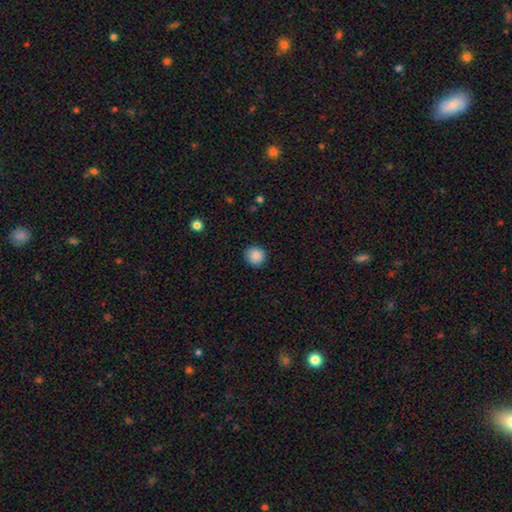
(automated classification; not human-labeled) This appears to be a smooth galaxy with no disk features (88%) that is round (92%). Merging: none (91%).